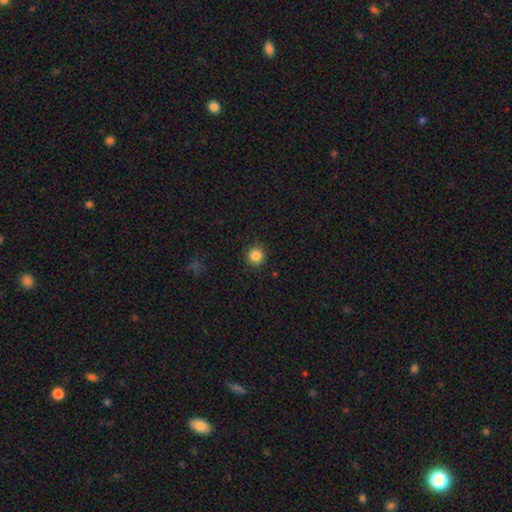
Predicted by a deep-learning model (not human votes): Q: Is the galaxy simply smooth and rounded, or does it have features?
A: smooth — 85%.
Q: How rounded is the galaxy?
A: round — 95%.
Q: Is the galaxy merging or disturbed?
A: none — 92%.